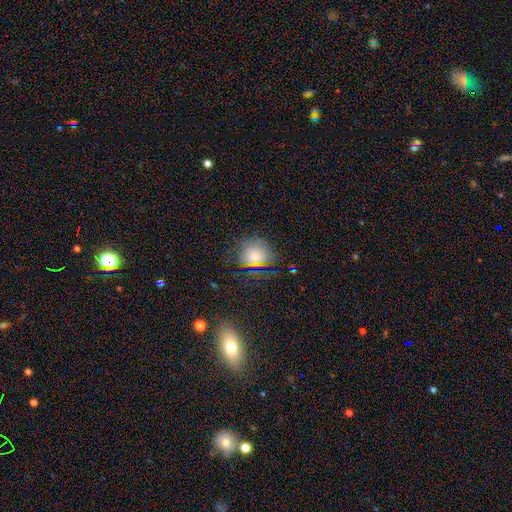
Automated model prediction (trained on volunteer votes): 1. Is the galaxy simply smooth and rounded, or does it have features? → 71% smooth, 16% star or artifact, 13% featured or disk.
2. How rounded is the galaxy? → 69% round, 29% in between, 1% cigar-shaped.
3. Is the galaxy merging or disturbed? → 68% none, 21% minor disturbance, 10% major disturbance, 2% merger.